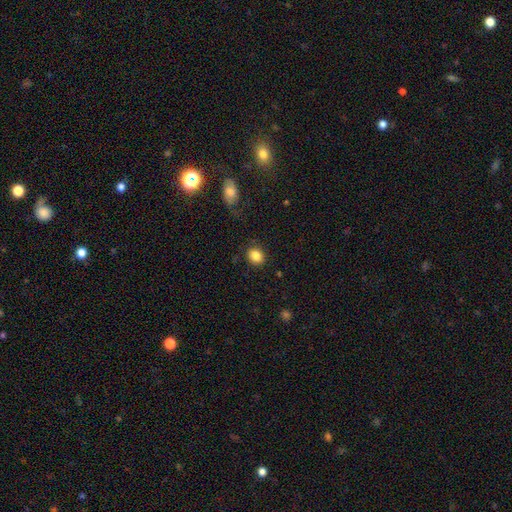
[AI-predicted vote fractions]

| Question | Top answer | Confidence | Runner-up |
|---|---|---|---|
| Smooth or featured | smooth | 86% | star or artifact (9%) |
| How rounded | round | 58% | in between (41%) |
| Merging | none | 84% | minor disturbance (11%) |